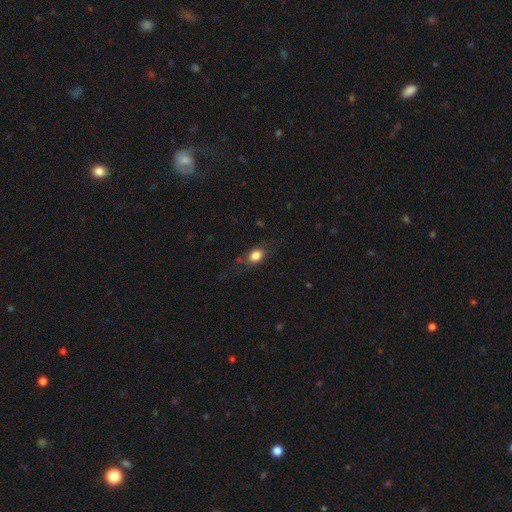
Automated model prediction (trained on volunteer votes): The model was most divided on "how rounded": in between: 72%, round: 25%, cigar-shaped: 3%. More confident: smooth or featured — smooth (82%); merging — none (70%).